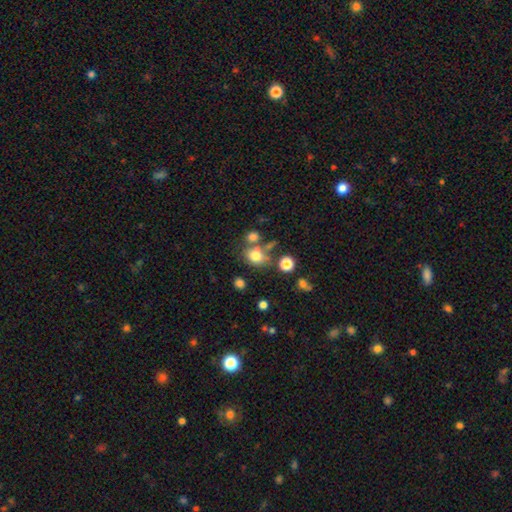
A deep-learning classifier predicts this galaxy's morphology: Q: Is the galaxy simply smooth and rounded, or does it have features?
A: smooth — 74%.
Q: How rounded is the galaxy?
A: round — 55%.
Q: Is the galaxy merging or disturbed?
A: none — 53%.